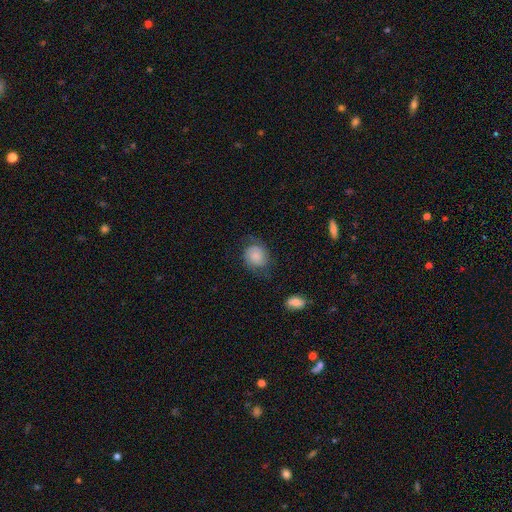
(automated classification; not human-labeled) Q: Smooth or featured?
A: smooth (69%); runner-up: featured or disk (22%)
Q: How rounded?
A: round (70%); runner-up: in between (30%)
Q: Merging?
A: none (61%); runner-up: minor disturbance (26%)